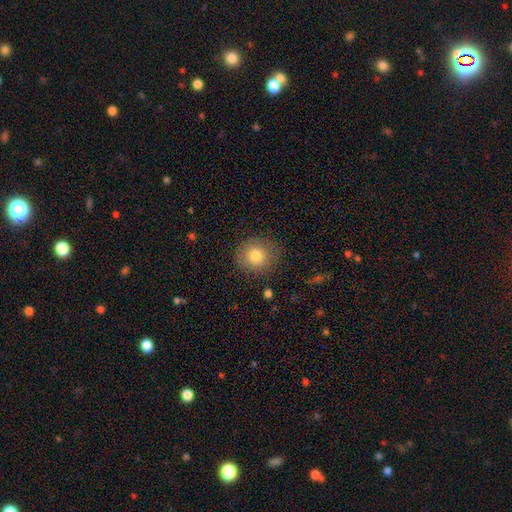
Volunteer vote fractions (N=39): Morphology: type=smooth (79%); roundness=round (84%); merging=none (80%).